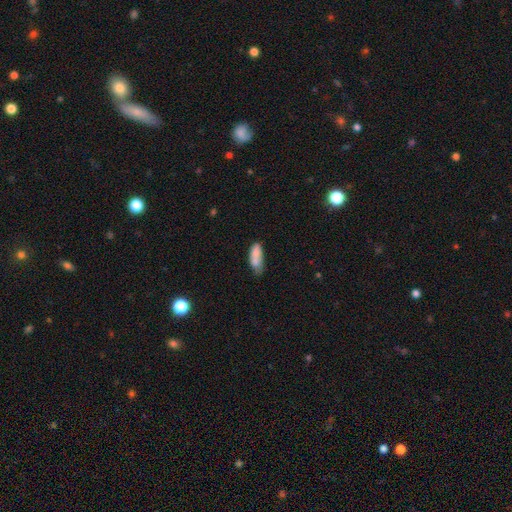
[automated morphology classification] Smooth or featured? Predicted: smooth (p=0.79). How rounded? Predicted: in between (p=0.70). Merging? Predicted: none (p=0.45).